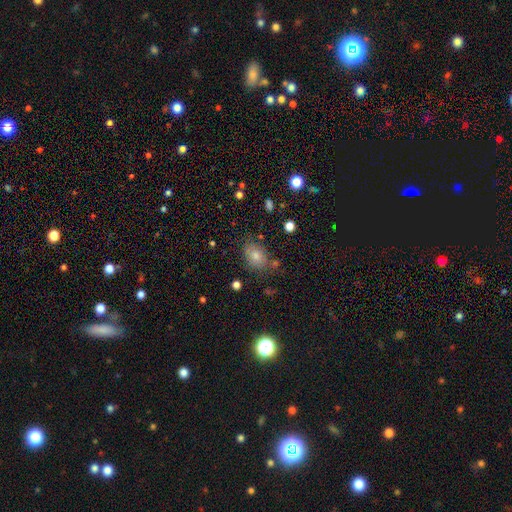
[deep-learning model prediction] Q: Smooth or featured?
A: smooth (61%); runner-up: star or artifact (23%)
Q: How rounded?
A: in between (55%); runner-up: round (43%)
Q: Merging?
A: none (77%); runner-up: minor disturbance (15%)